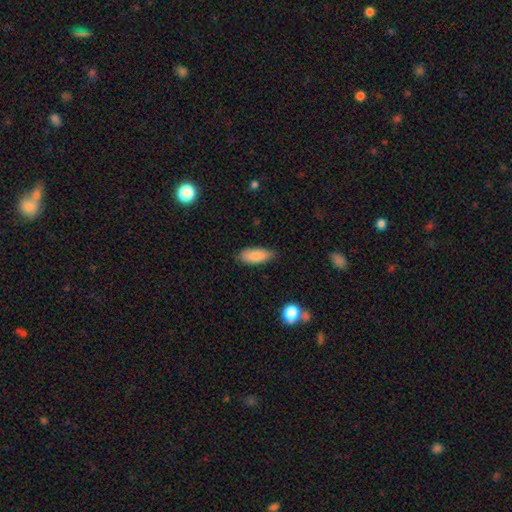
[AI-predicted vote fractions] Smooth or featured? Predicted: smooth (p=0.86). How rounded? Predicted: in between (p=0.81). Merging? Predicted: none (p=0.78).